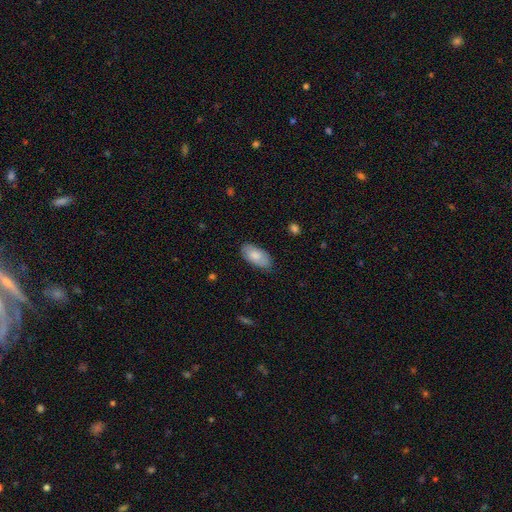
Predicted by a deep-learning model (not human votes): smooth-or-featured: smooth: 79% | featured or disk: 15% | star or artifact: 6%
  how-rounded: in between: 94% | cigar-shaped: 4% | round: 2%
  merging: none: 80% | minor disturbance: 16% | major disturbance: 3% | merger: 1%